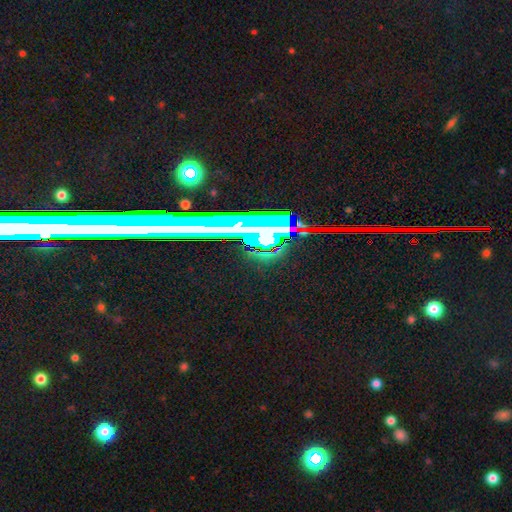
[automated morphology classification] Overall: star or artifact (70%).